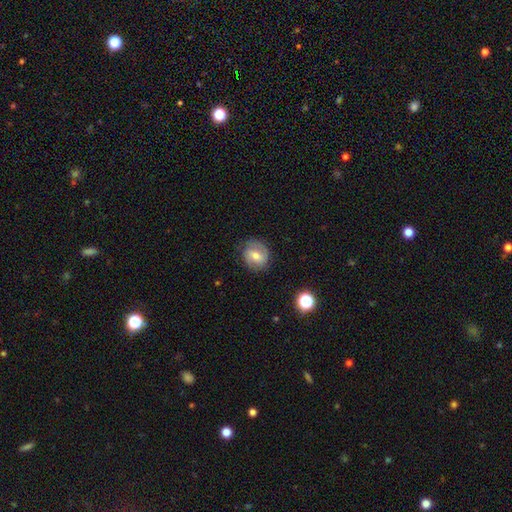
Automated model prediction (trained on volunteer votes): A smooth galaxy with no disk features (46%). Merging: none (77%).